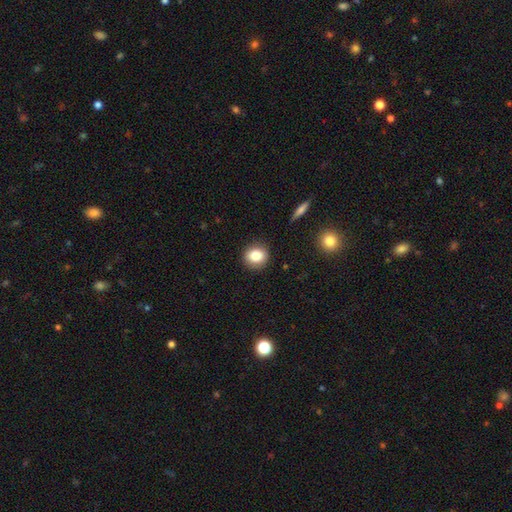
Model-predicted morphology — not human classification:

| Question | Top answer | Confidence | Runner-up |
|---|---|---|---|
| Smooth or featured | smooth | 82% | star or artifact (10%) |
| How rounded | round | 81% | in between (18%) |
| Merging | none | 89% | minor disturbance (8%) |